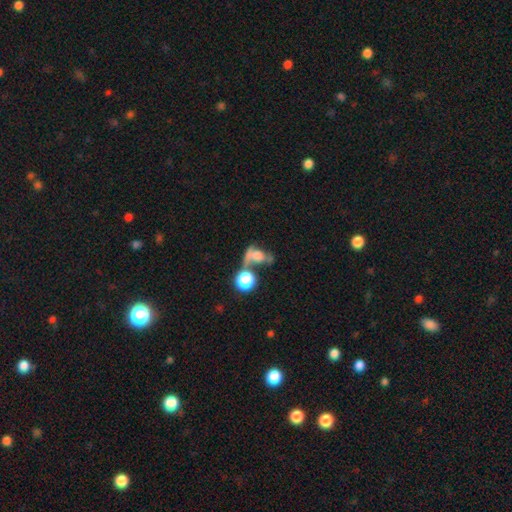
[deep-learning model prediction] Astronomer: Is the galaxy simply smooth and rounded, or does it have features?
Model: smooth — 49% (runner-up: featured or disk, 35%).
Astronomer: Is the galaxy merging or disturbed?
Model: merger — 41% (runner-up: major disturbance, 25%).